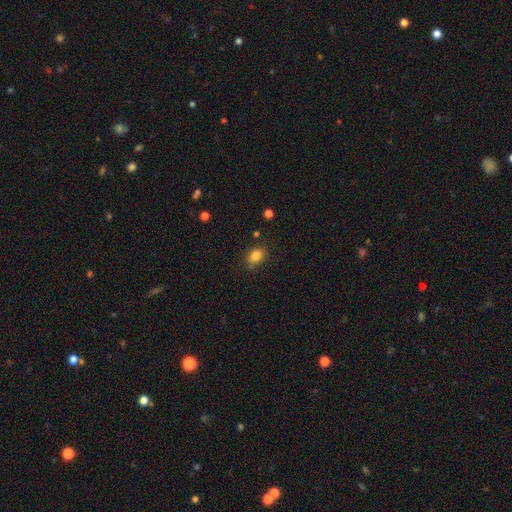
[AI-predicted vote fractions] Morphology: type=smooth (83%); roundness=in between (63%); merging=none (80%).